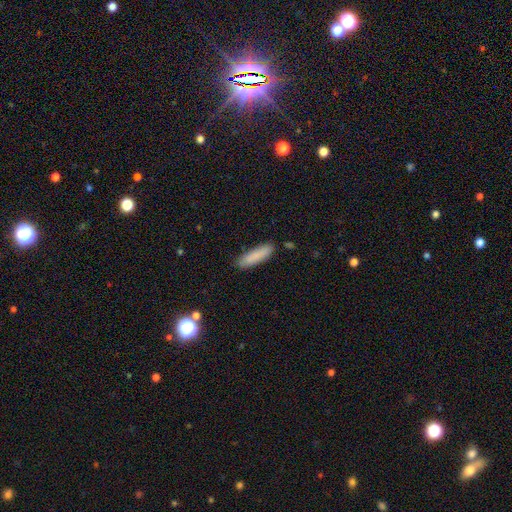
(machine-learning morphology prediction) Smooth or featured? smooth (84%)
How rounded? cigar-shaped (69%)
Merging? none (85%)